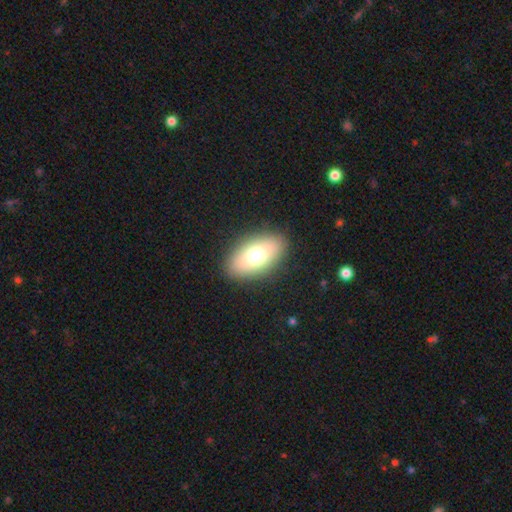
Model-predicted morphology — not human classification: The model was most divided on "smooth or featured": smooth: 71%, featured or disk: 20%, star or artifact: 9%. More confident: how rounded — in between (89%); merging — none (88%).